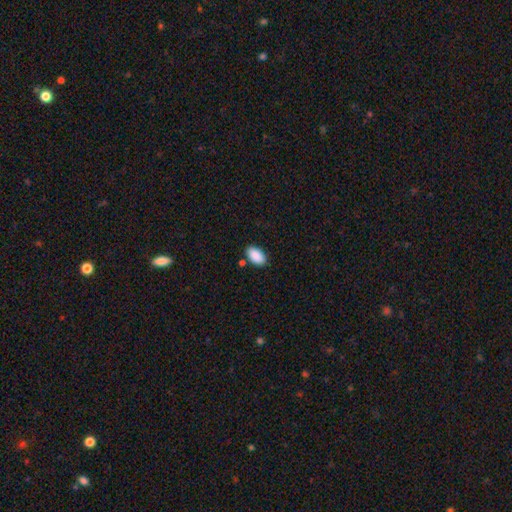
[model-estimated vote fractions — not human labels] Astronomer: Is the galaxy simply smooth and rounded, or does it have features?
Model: smooth — 90%.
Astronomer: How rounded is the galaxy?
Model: in between — 94%.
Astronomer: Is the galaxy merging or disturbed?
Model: none — 82%.